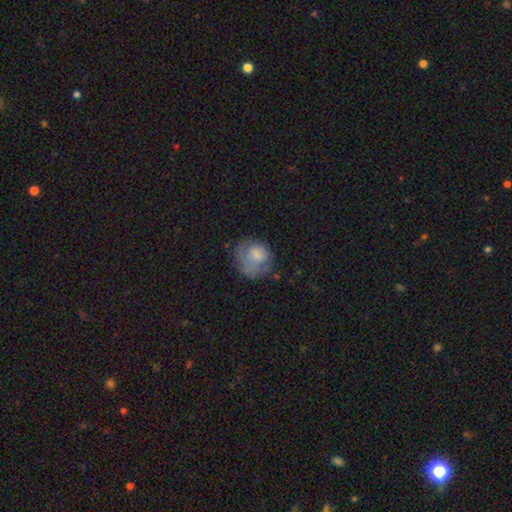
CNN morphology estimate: smooth-or-featured: smooth: 67% | featured or disk: 24% | star or artifact: 9%
  how-rounded: round: 74% | in between: 25% | cigar-shaped: 1%
  merging: none: 45% | minor disturbance: 28% | major disturbance: 24% | merger: 3%